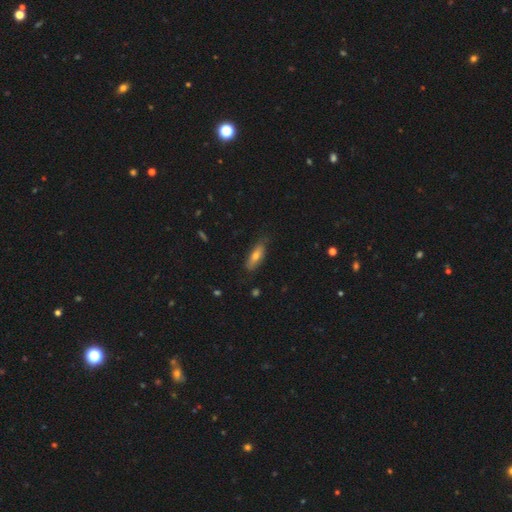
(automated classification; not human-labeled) Smooth or featured?
  - smooth: 66% *
  - featured or disk: 27%
  - star or artifact: 8%
How rounded?
  - in between: 61% *
  - cigar-shaped: 36%
  - round: 3%
Merging?
  - none: 77% *
  - minor disturbance: 18%
  - major disturbance: 4%
  - merger: 1%